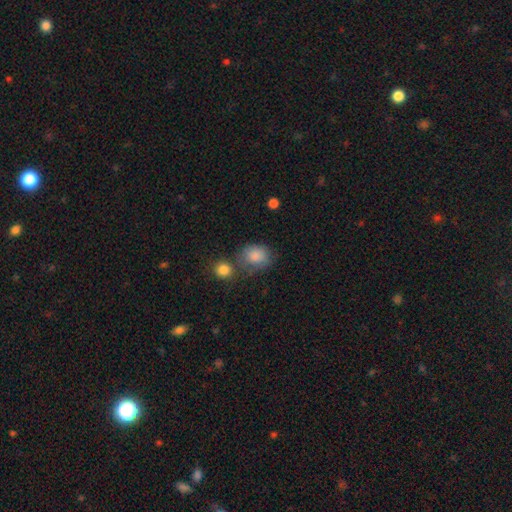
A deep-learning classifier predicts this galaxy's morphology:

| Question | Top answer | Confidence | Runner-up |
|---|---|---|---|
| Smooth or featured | smooth | 85% | star or artifact (8%) |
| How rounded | round | 52% | in between (47%) |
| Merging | none | 53% | minor disturbance (21%) |